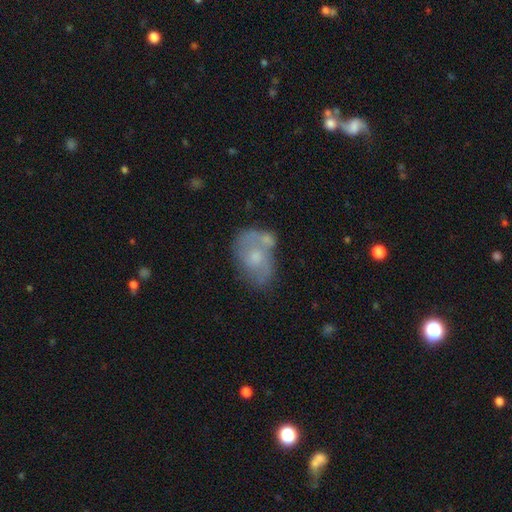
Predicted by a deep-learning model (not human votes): Overall: featured or disk (47%; smooth 44%). Merging: none (40%; merger 27%).